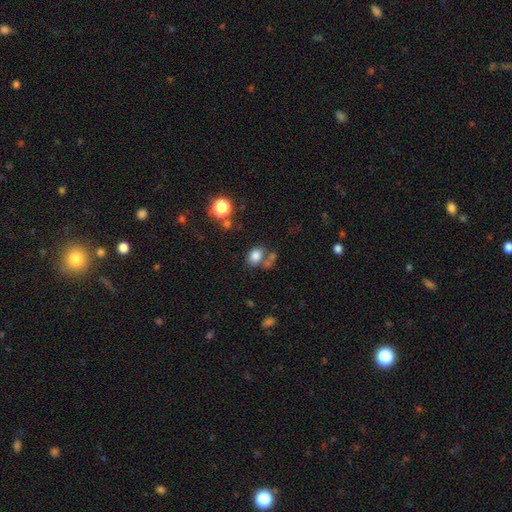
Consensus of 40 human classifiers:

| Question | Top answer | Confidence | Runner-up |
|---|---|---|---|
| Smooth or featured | smooth | 95% | star or artifact (5%) |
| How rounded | in between | 61% | round (39%) |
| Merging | none | 47% | minor disturbance (26%) |